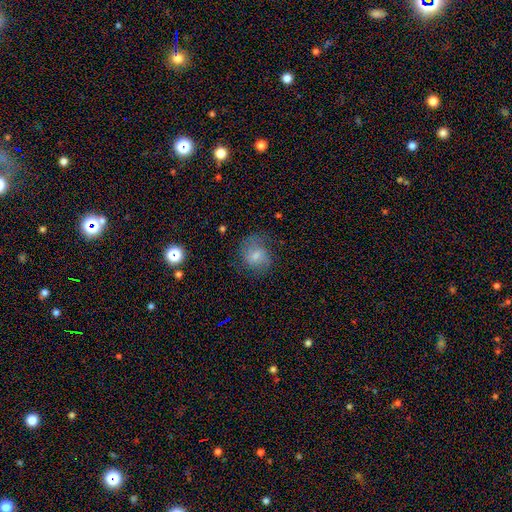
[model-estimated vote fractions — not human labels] This is possibly a smooth galaxy (50%). Merging: likely none (65%).